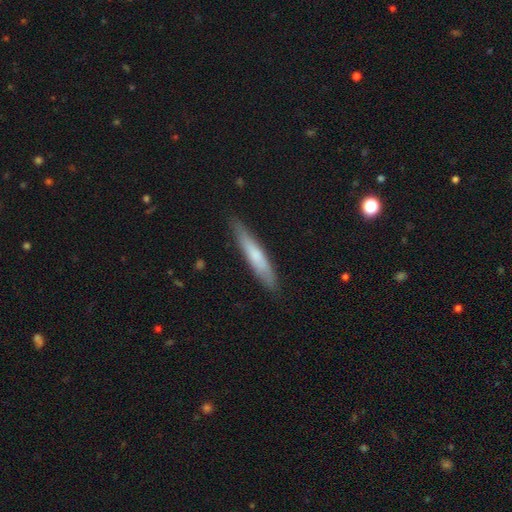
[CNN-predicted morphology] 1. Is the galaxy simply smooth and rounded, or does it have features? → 65% smooth, 29% featured or disk, 5% star or artifact.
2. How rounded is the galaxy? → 92% cigar-shaped, 7% in between, 1% round.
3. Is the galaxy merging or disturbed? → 85% none, 12% minor disturbance, 2% major disturbance, 1% merger.